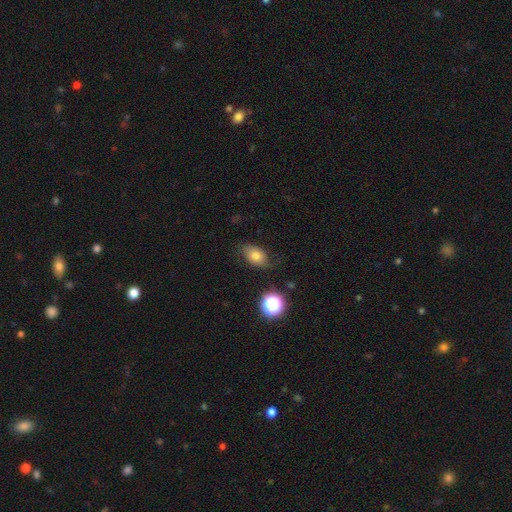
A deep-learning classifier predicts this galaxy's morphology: Q: Smooth or featured?
A: smooth (72%); runner-up: featured or disk (15%)
Q: How rounded?
A: in between (81%); runner-up: round (17%)
Q: Merging?
A: none (69%); runner-up: minor disturbance (23%)